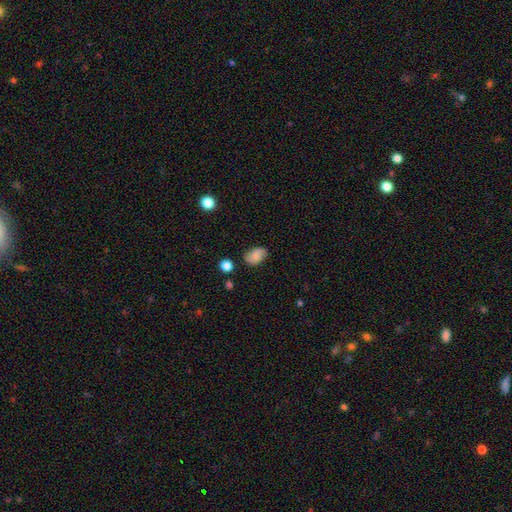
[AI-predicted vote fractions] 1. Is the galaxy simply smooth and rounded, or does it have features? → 63% smooth, 26% featured or disk, 10% star or artifact.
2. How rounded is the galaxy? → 82% in between, 16% round, 2% cigar-shaped.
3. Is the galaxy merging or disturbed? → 72% none, 21% minor disturbance, 5% major disturbance, 2% merger.